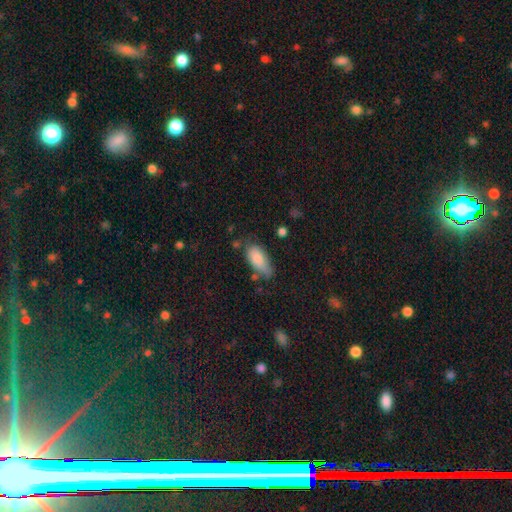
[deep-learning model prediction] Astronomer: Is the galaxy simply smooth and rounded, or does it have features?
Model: smooth — 81%.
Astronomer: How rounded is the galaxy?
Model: in between — 86%.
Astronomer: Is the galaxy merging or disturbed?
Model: none — 51% (runner-up: minor disturbance, 34%).